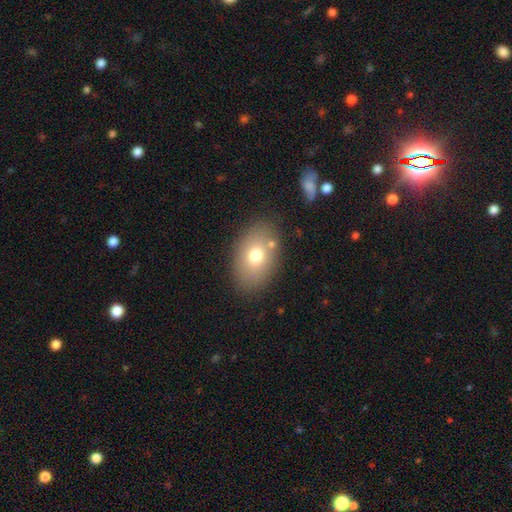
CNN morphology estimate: Smooth or featured? Predicted: smooth (p=0.72). How rounded? Predicted: in between (p=0.84). Merging? Predicted: none (p=0.80).